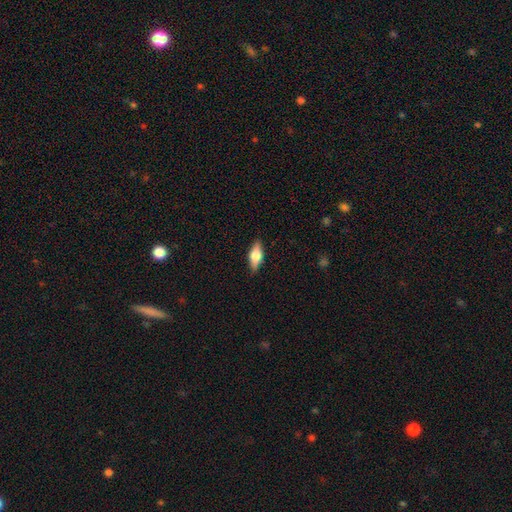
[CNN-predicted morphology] smooth 51%, featured or disk 42%, star or artifact 7%. Down the decision tree: how rounded — in between (72%); merging — none (88%).